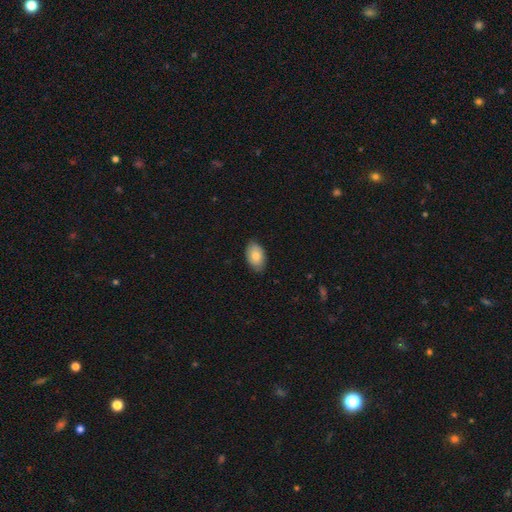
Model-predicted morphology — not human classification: This appears to be a smooth galaxy with no disk features (80%) that is in between round and cigar-shaped (92%). Merging: none (83%).